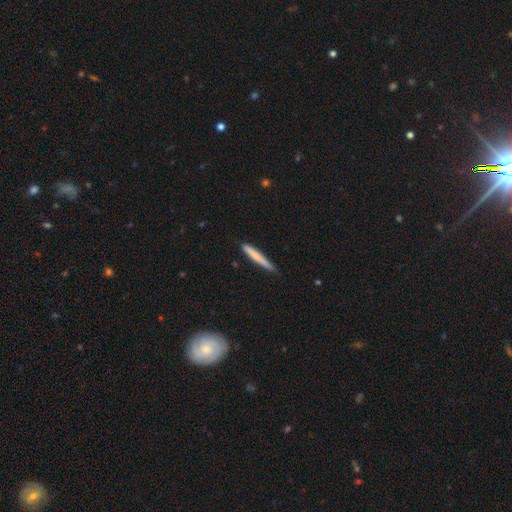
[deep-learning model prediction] Q: Smooth or featured?
A: smooth (70%); runner-up: featured or disk (25%)
Q: How rounded?
A: cigar-shaped (96%); runner-up: in between (3%)
Q: Merging?
A: none (80%); runner-up: minor disturbance (17%)